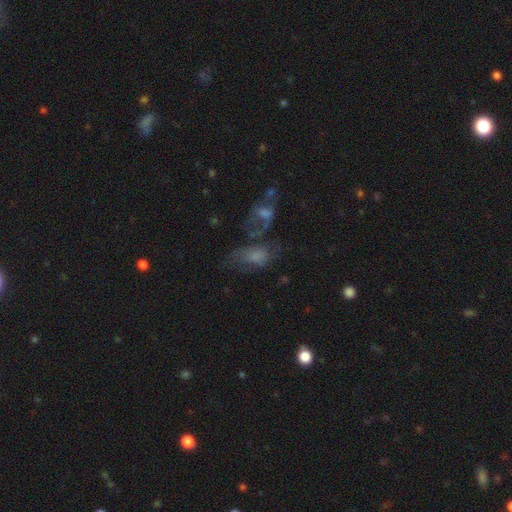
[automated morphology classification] Q: Smooth or featured?
A: smooth (46%); runner-up: featured or disk (38%)
Q: Merging?
A: major disturbance (29%); runner-up: merger (28%)